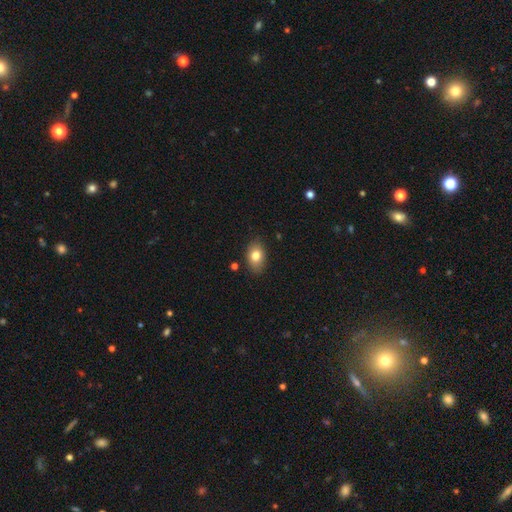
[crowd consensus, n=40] Smooth or featured? smooth (80%)
How rounded? in between (88%)
Merging? none (82%)